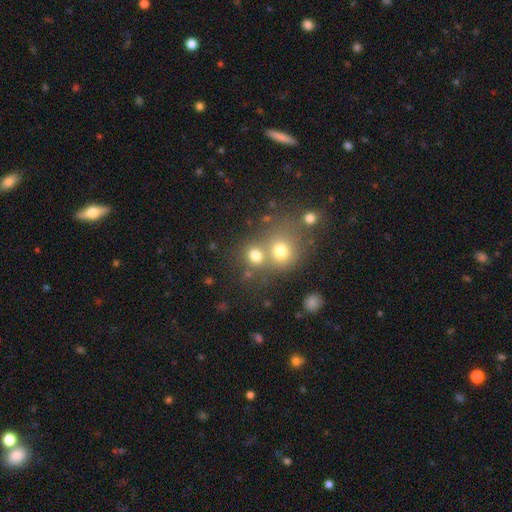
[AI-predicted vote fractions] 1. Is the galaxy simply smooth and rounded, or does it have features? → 75% smooth, 15% star or artifact, 10% featured or disk.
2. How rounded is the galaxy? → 79% round, 20% in between, 1% cigar-shaped.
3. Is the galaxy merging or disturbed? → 48% none, 41% merger, 7% minor disturbance, 4% major disturbance.